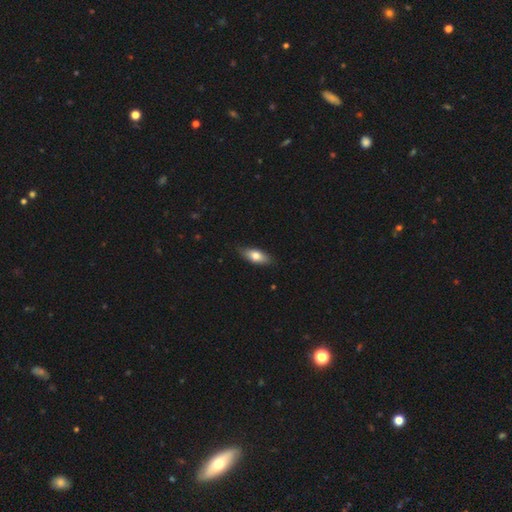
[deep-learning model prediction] Overall: smooth (73%). How rounded: in between (78%). Merging: none (84%).